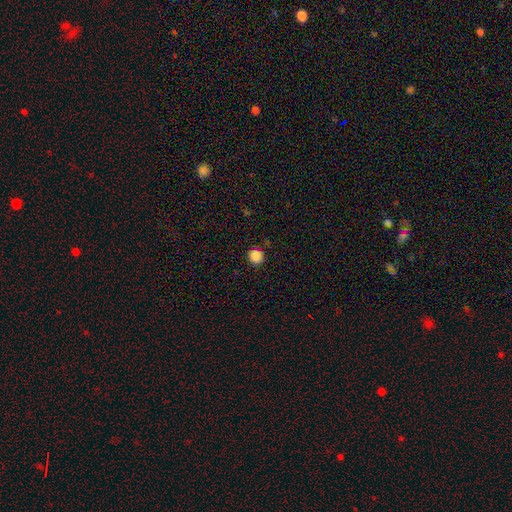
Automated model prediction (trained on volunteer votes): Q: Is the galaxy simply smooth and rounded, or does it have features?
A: smooth — 87%.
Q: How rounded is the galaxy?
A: round — 90%.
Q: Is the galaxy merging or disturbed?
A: none — 89%.